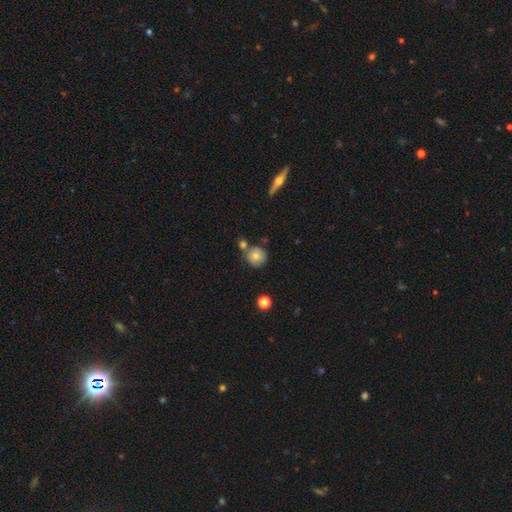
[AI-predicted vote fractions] A smooth galaxy with no disk features (75%) that is round (90%).

Vote fractions:
- Smooth or featured? smooth: 75% / featured or disk: 15% / star or artifact: 10%
- How rounded? round: 90% / in between: 9% / cigar-shaped: 1%
- Merging? none: 65% / merger: 19% / minor disturbance: 13% / major disturbance: 3%